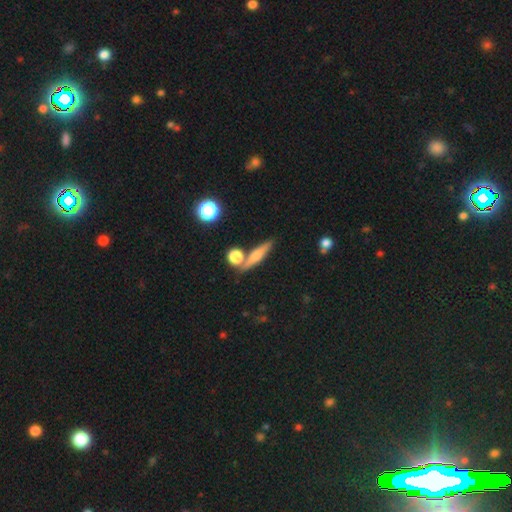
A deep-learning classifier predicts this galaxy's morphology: This is possibly a smooth galaxy (49%). Merging: likely none (72%).